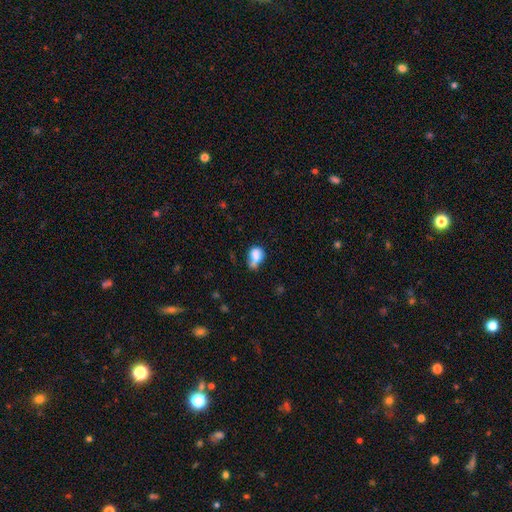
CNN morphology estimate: Overall: smooth (76%). How rounded: in between (57%; round 41%). Merging: merger (42%; none 28%).